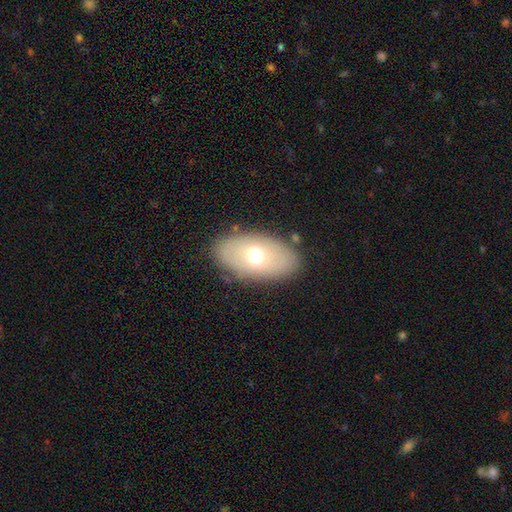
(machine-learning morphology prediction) smooth-or-featured: smooth: 62% | featured or disk: 30% | star or artifact: 8%
  how-rounded: in between: 92% | round: 7% | cigar-shaped: 2%
  merging: none: 83% | minor disturbance: 12% | major disturbance: 4% | merger: 2%